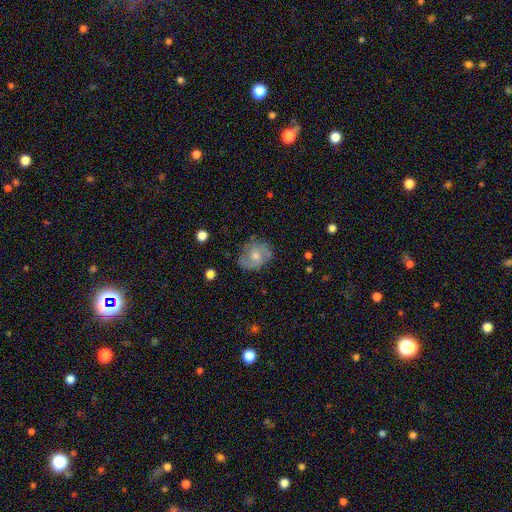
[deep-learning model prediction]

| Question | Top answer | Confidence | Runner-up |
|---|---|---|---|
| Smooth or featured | featured or disk | 55% | smooth (34%) |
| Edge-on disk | no | 96% | yes (4%) |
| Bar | no | 67% | weak (28%) |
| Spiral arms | yes | 77% | no (23%) |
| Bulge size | moderate | 60% | small (33%) |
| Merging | none | 72% | minor disturbance (20%) |